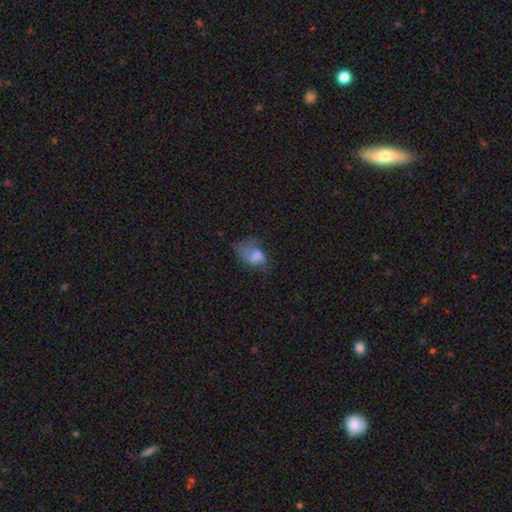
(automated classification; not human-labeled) A smooth galaxy with no disk features (52%) that is in between round and cigar-shaped (77%).

Vote fractions:
- Smooth or featured? smooth: 52% / featured or disk: 35% / star or artifact: 12%
- How rounded? in between: 77% / round: 21% / cigar-shaped: 2%
- Merging? major disturbance: 42% / none: 28% / minor disturbance: 25% / merger: 5%